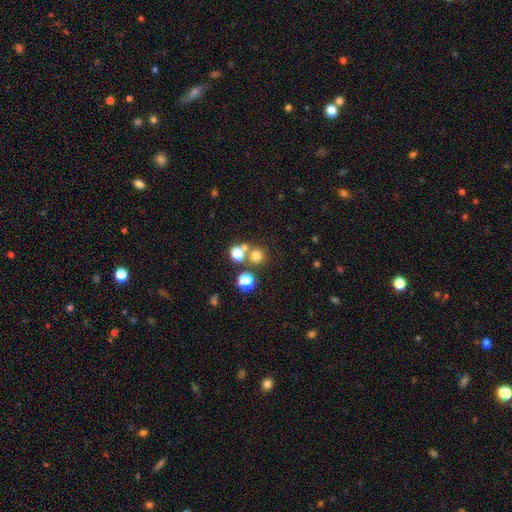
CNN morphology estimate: Smooth or featured?
  - smooth: 71% *
  - star or artifact: 20%
  - featured or disk: 9%
How rounded?
  - round: 90% *
  - in between: 9%
  - cigar-shaped: 1%
Merging?
  - none: 63% *
  - merger: 27%
  - minor disturbance: 6%
  - major disturbance: 4%